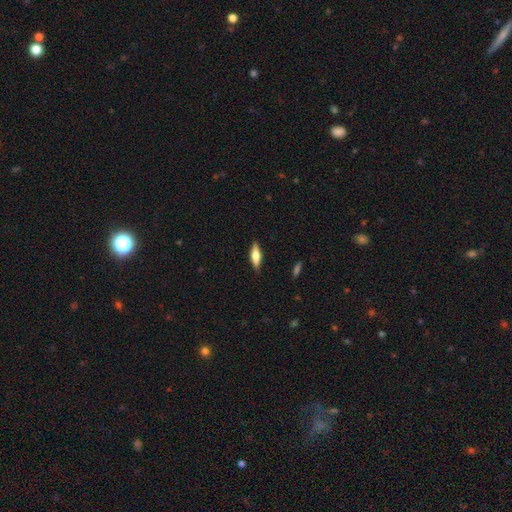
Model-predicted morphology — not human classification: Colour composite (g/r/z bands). It shows a smooth galaxy with no disk features (53%) that is cigar-shaped (53%). Merging: none (87%).